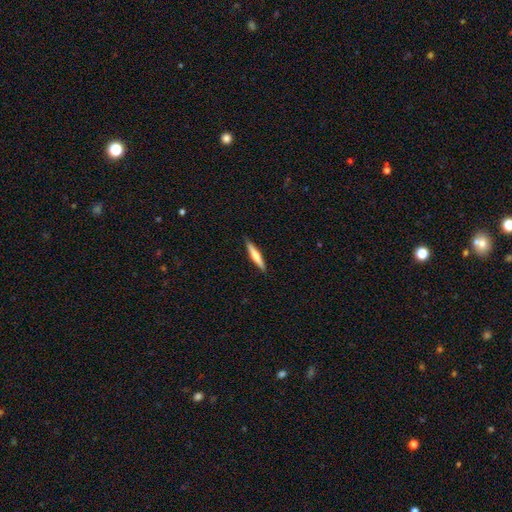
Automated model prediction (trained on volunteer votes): Q: Smooth or featured?
A: smooth (49%); runner-up: featured or disk (45%)
Q: Merging?
A: none (90%); runner-up: minor disturbance (7%)